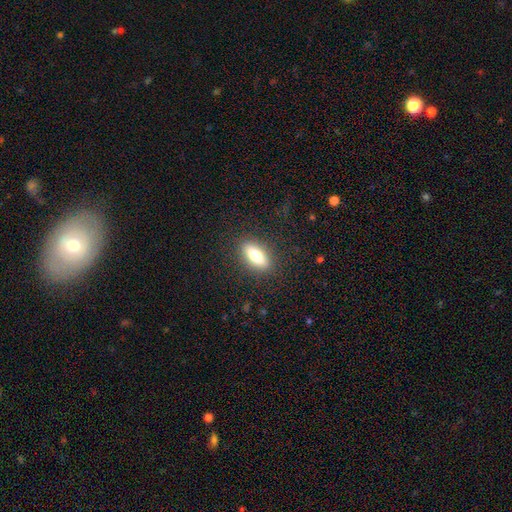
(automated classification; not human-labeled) Smooth or featured?
  - smooth: 68% *
  - featured or disk: 24%
  - star or artifact: 7%
How rounded?
  - in between: 70% *
  - cigar-shaped: 26%
  - round: 4%
Merging?
  - none: 86% *
  - minor disturbance: 9%
  - major disturbance: 3%
  - merger: 1%